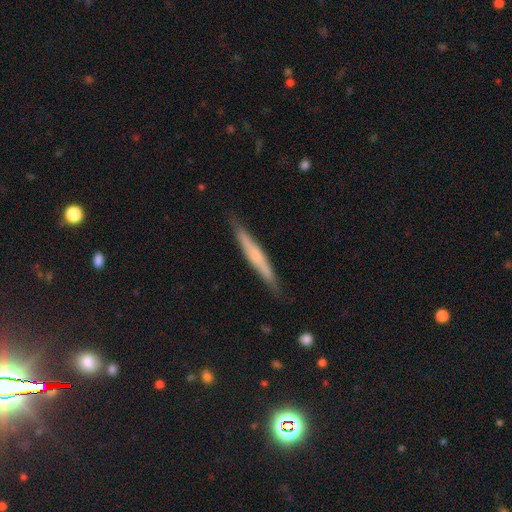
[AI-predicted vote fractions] Morphology: type=smooth (47%, tied with featured or disk); merging=none (85%).